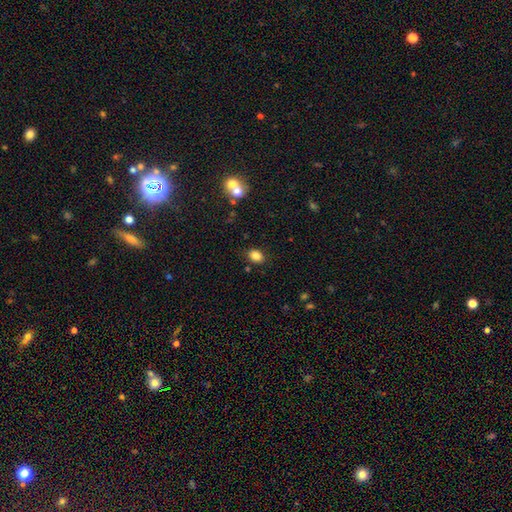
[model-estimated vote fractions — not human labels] Q: Smooth or featured?
A: smooth (84%); runner-up: star or artifact (10%)
Q: How rounded?
A: in between (70%); runner-up: round (29%)
Q: Merging?
A: none (83%); runner-up: minor disturbance (10%)